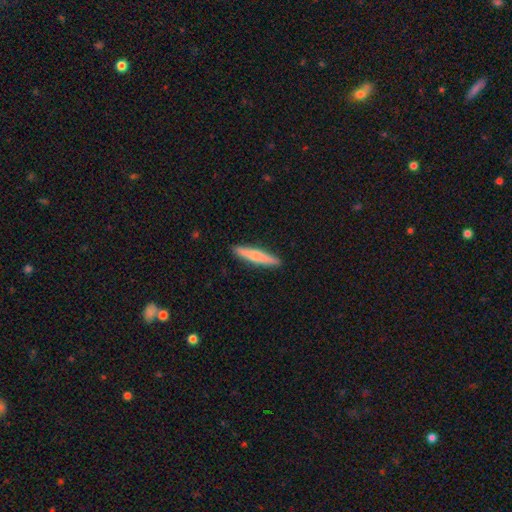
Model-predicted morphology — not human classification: Overall: smooth (66%; featured or disk 29%). How rounded: cigar-shaped (92%). Merging: none (91%).